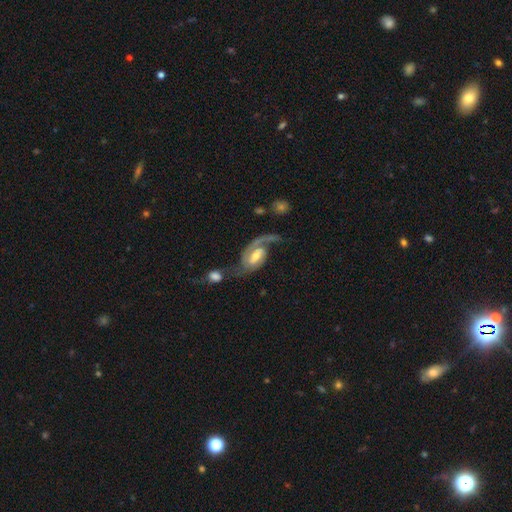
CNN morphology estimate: type=featured or disk (84%); edge-on=no (96%); bar=weak (49%); spiral arms=yes (95%); winding=medium (42%); arm count=2 (59%); bulge=moderate (51%); merging=none (35%).